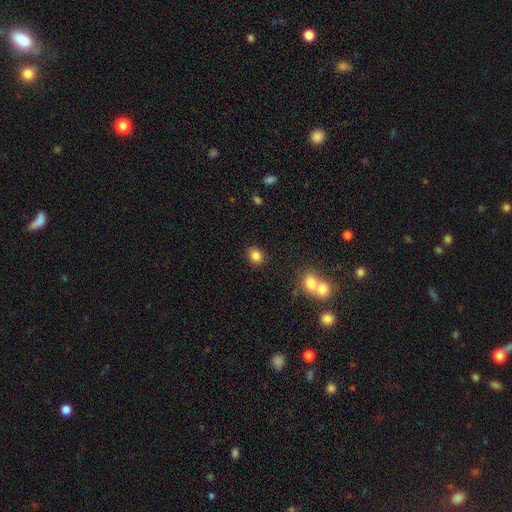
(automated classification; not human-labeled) A smooth galaxy with no disk features (84%) that is round (63%).

Vote fractions:
- Smooth or featured? smooth: 84% / star or artifact: 11% / featured or disk: 5%
- How rounded? round: 63% / in between: 36% / cigar-shaped: 1%
- Merging? none: 86% / minor disturbance: 7% / merger: 4% / major disturbance: 2%